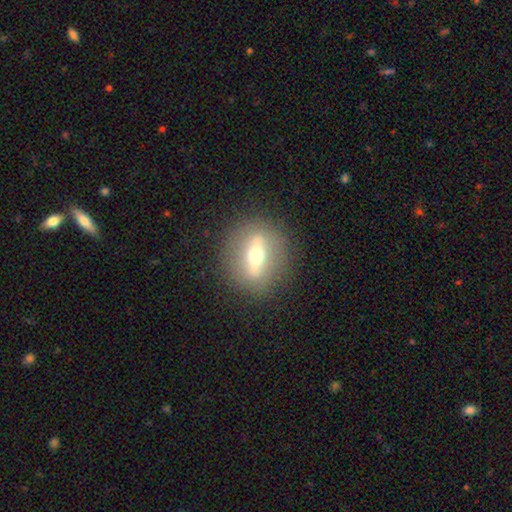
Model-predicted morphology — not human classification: Overall: featured or disk (61%; smooth 30%). Edge-on disk: yes (52%; no 48%). Merging: none (86%).